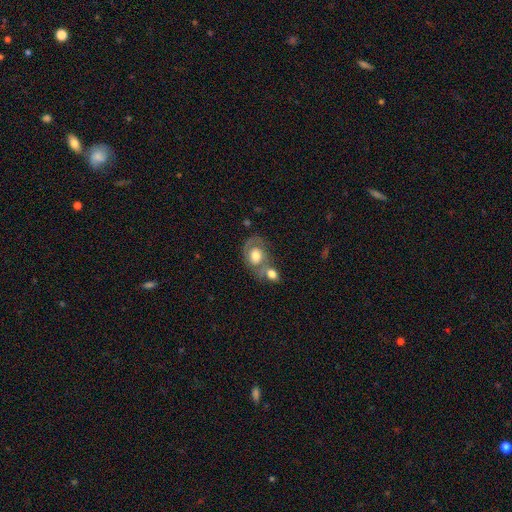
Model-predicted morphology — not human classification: Smooth or featured: featured or disk — 50% (smooth — 42%)
Merging: merger — 41% (none — 33%)